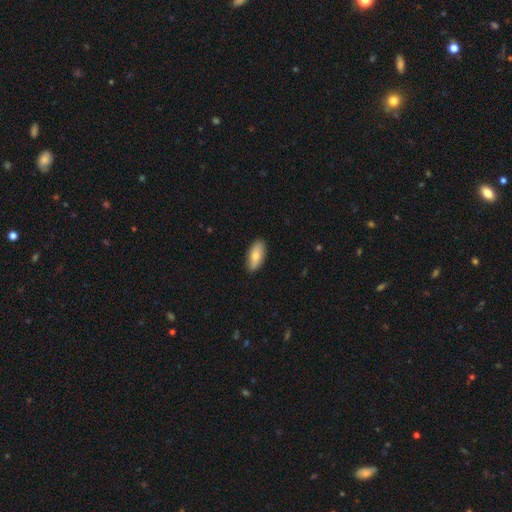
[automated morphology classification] Smooth or featured? Predicted: smooth (p=0.75). How rounded? Predicted: in between (p=0.85). Merging? Predicted: none (p=0.89).